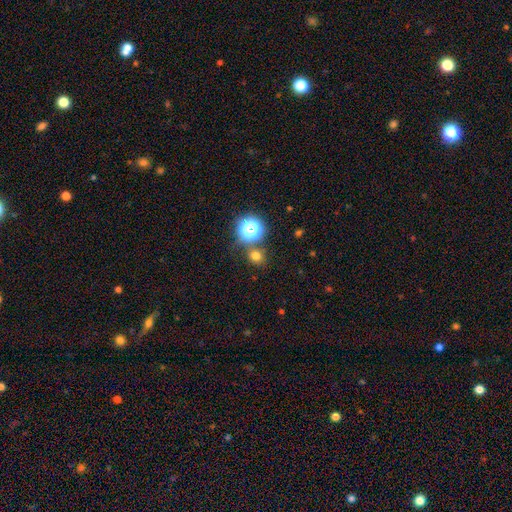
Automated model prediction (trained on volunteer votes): Smooth or featured?
  - smooth: 68% *
  - star or artifact: 26%
  - featured or disk: 6%
How rounded?
  - round: 84% *
  - in between: 15%
  - cigar-shaped: 1%
Merging?
  - none: 77% *
  - merger: 11%
  - minor disturbance: 8%
  - major disturbance: 4%